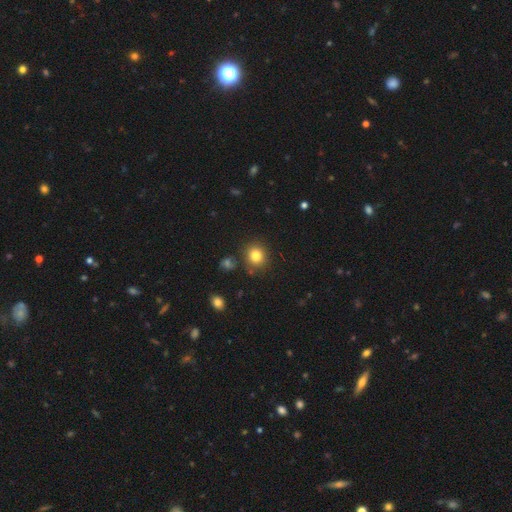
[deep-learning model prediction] This is clearly a smooth galaxy (82%). How rounded: clearly round (84%). Merging: clearly none (84%).